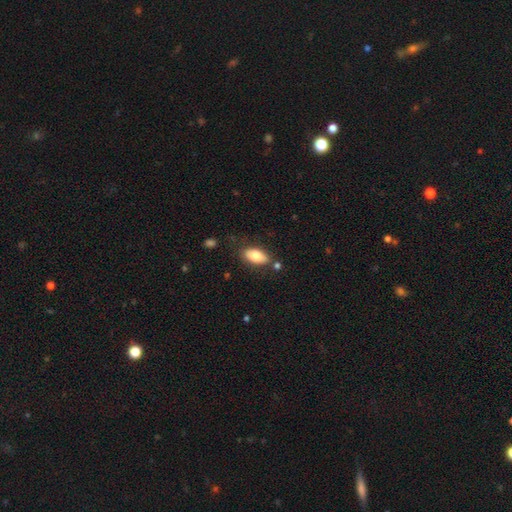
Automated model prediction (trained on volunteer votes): A smooth galaxy with no disk features (75%) that is in between round and cigar-shaped (91%). Merging: none (76%).